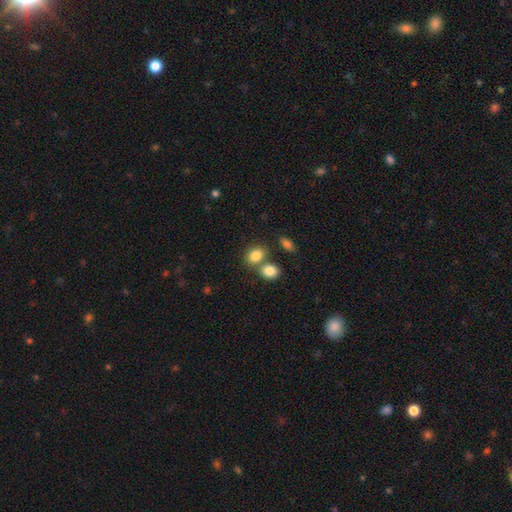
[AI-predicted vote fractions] Q: Smooth or featured?
A: smooth (84%); runner-up: star or artifact (9%)
Q: How rounded?
A: in between (61%); runner-up: round (37%)
Q: Merging?
A: none (51%); runner-up: merger (36%)